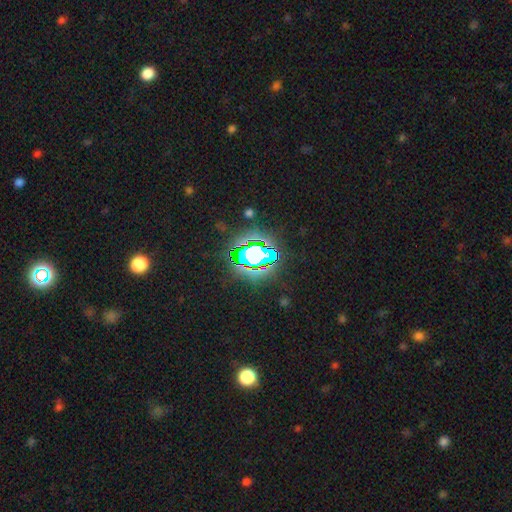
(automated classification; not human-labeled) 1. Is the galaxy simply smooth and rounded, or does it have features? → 69% star or artifact, 19% smooth, 12% featured or disk.